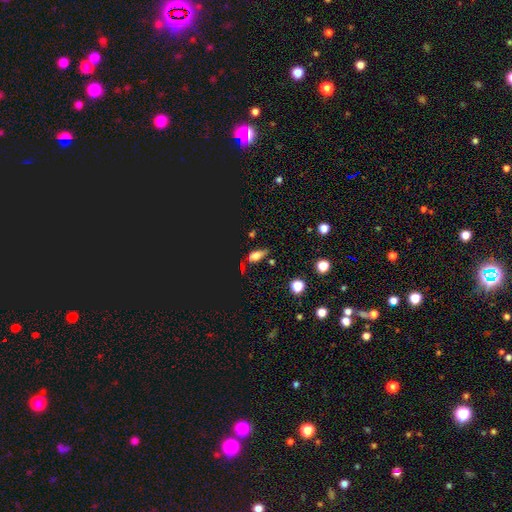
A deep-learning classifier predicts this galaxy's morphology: Q: Smooth or featured?
A: smooth (61%); runner-up: featured or disk (20%)
Q: How rounded?
A: in between (79%); runner-up: cigar-shaped (10%)
Q: Merging?
A: none (60%); runner-up: minor disturbance (26%)